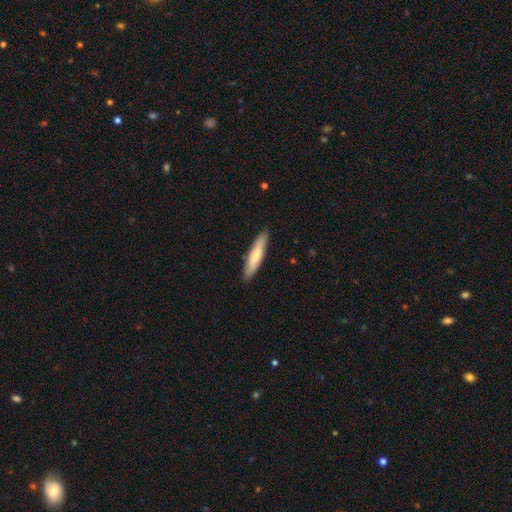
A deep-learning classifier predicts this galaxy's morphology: smooth-or-featured: smooth: 65% | featured or disk: 30% | star or artifact: 5%
  how-rounded: cigar-shaped: 82% | in between: 17% | round: 1%
  merging: none: 88% | minor disturbance: 9% | major disturbance: 2% | merger: 1%